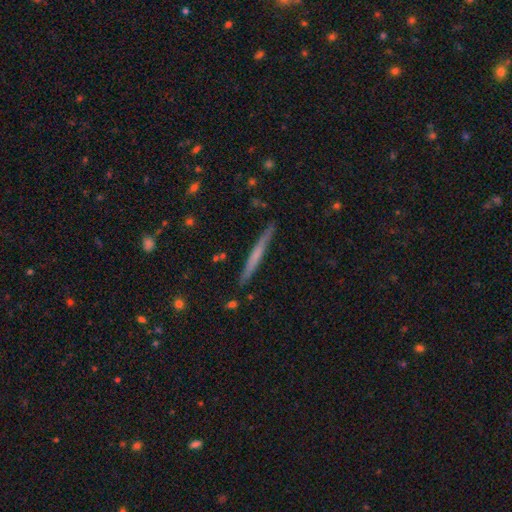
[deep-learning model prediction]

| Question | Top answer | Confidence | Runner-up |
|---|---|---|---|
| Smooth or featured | featured or disk | 48% | smooth (46%) |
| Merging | none | 89% | minor disturbance (8%) |